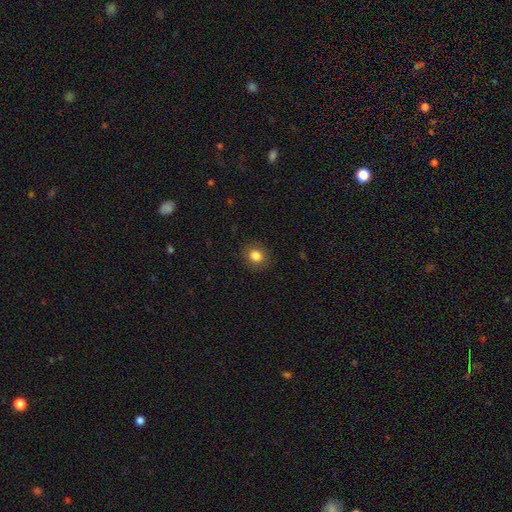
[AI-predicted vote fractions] Smooth or featured?
  - smooth: 84% *
  - star or artifact: 10%
  - featured or disk: 6%
How rounded?
  - round: 75% *
  - in between: 24%
  - cigar-shaped: 1%
Merging?
  - none: 89% *
  - minor disturbance: 8%
  - major disturbance: 3%
  - merger: 1%